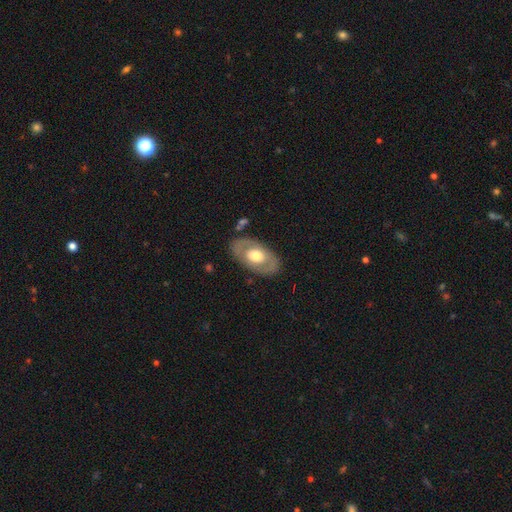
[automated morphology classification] Smooth or featured?
  - featured or disk: 52% *
  - smooth: 43%
  - star or artifact: 5%
Edge-on disk?
  - no: 88% *
  - yes: 12%
Merging?
  - none: 82% *
  - minor disturbance: 12%
  - major disturbance: 4%
  - merger: 2%